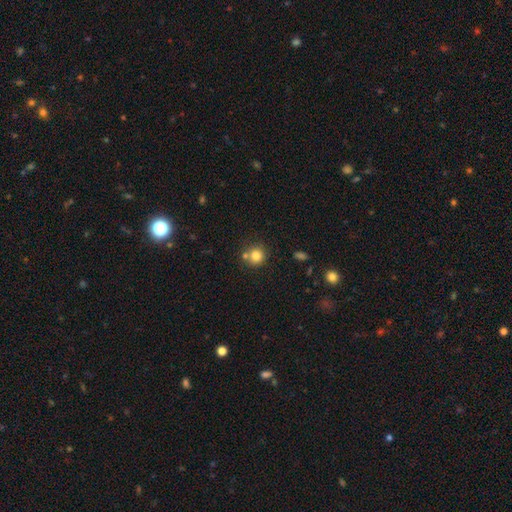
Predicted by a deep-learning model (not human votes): A smooth galaxy with no disk features (81%) that is round (89%). Merging: none (63%).